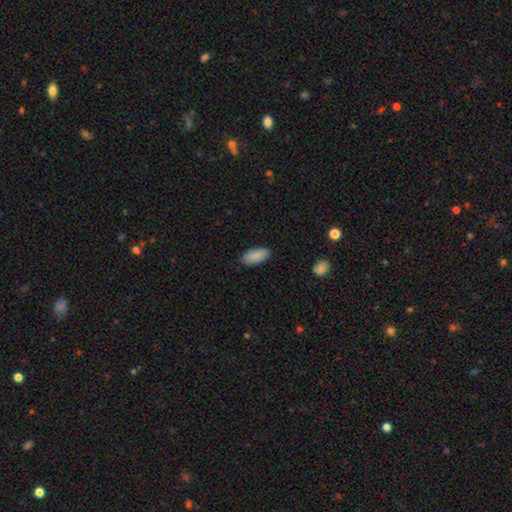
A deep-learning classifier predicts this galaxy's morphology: smooth_or_featured: smooth (p=0.88) [alt: star or artifact p=0.06]
how_rounded: in between (p=0.89) [alt: cigar-shaped p=0.09]
merging: none (p=0.87) [alt: minor disturbance p=0.10]